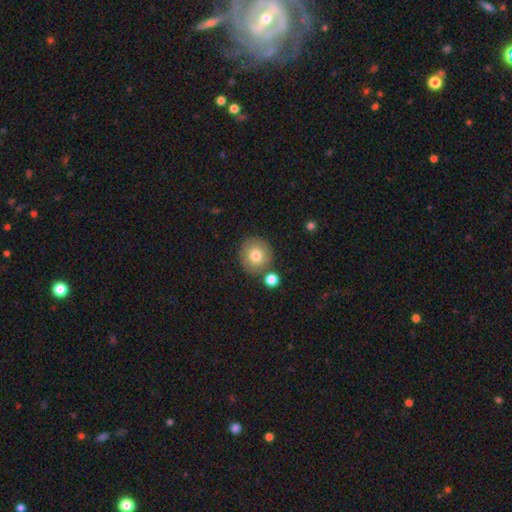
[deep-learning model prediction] Q: Smooth or featured?
A: smooth (78%); runner-up: featured or disk (13%)
Q: How rounded?
A: round (90%); runner-up: in between (9%)
Q: Merging?
A: none (77%); runner-up: merger (11%)